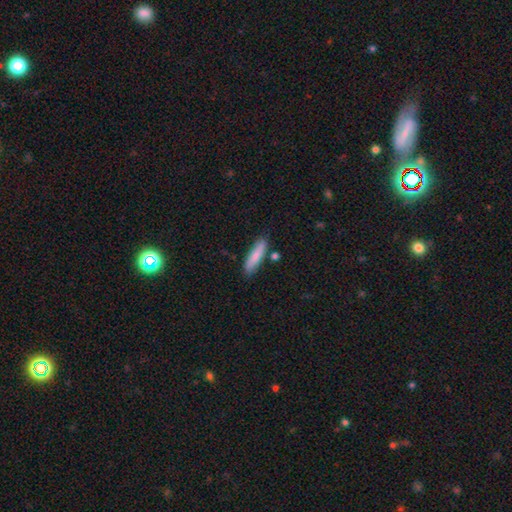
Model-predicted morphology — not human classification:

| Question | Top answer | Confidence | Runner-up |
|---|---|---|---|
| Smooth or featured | smooth | 78% | featured or disk (16%) |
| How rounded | cigar-shaped | 72% | in between (26%) |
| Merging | none | 81% | minor disturbance (12%) |